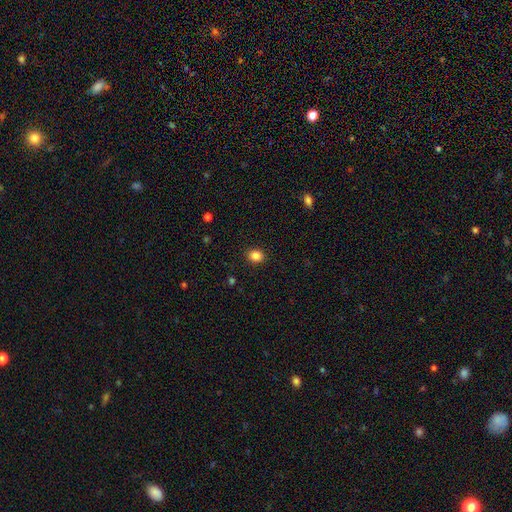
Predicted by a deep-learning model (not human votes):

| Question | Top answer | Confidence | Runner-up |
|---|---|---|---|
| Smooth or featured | smooth | 85% | star or artifact (11%) |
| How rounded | round | 65% | in between (34%) |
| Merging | none | 91% | minor disturbance (6%) |